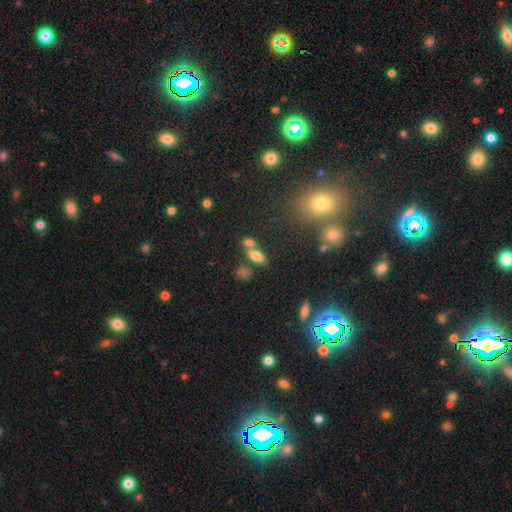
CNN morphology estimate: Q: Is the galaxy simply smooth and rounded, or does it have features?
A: smooth — 75%.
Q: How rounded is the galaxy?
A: in between — 85%.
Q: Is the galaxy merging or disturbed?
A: none — 48%.